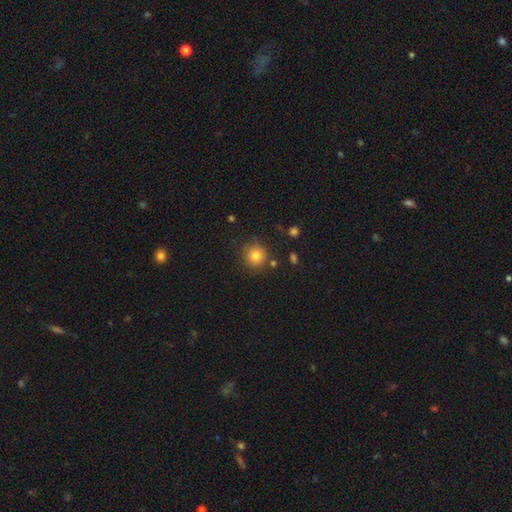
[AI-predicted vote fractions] Smooth or featured? Predicted: smooth (p=0.82). How rounded? Predicted: round (p=0.93). Merging? Predicted: none (p=0.84).